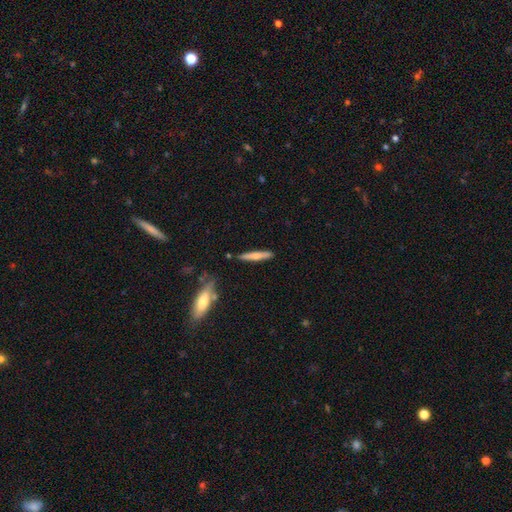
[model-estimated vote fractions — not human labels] A smooth galaxy with no disk features (56%) that is cigar-shaped (90%).

Vote fractions:
- Smooth or featured? smooth: 56% / featured or disk: 38% / star or artifact: 6%
- How rounded? cigar-shaped: 90% / in between: 8% / round: 2%
- Merging? none: 85% / minor disturbance: 10% / merger: 3% / major disturbance: 2%